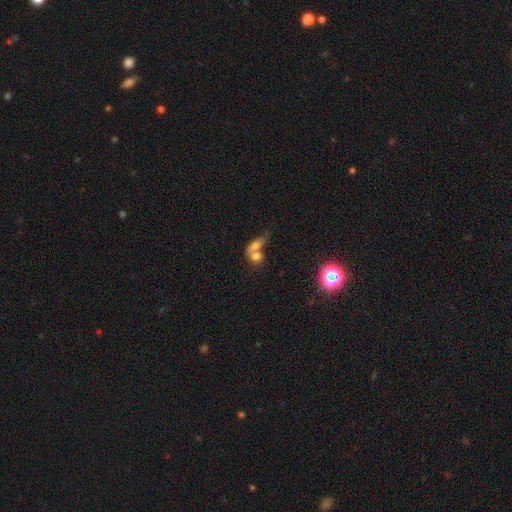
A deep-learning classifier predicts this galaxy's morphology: Overall: smooth (61%; featured or disk 26%). How rounded: in between (56%; round 37%). Merging: merger (69%).